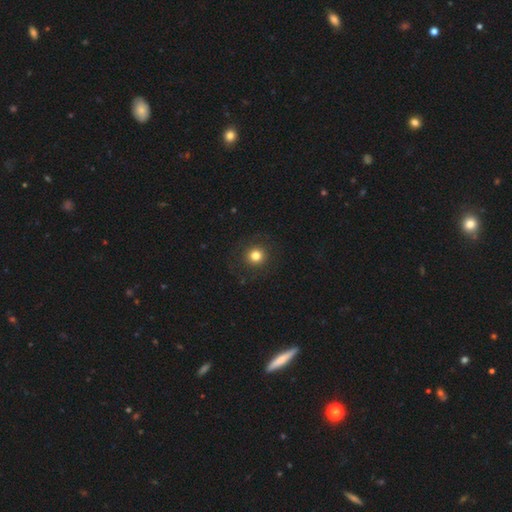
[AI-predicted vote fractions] Smooth or featured? Predicted: smooth (p=0.79). How rounded? Predicted: round (p=0.93). Merging? Predicted: none (p=0.88).